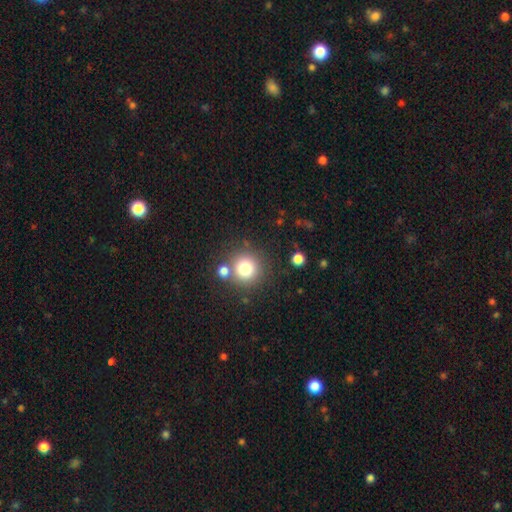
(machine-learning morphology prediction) smooth 68%, star or artifact 24%, featured or disk 7%. Down the decision tree: how rounded — round (93%); merging — none (80%).